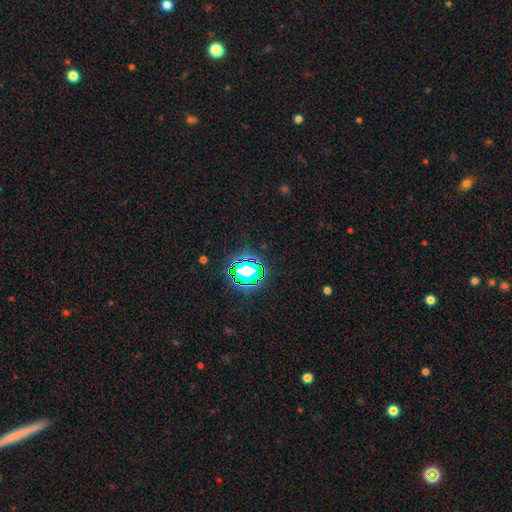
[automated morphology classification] smooth-or-featured: star or artifact: 82% | smooth: 11% | featured or disk: 6%